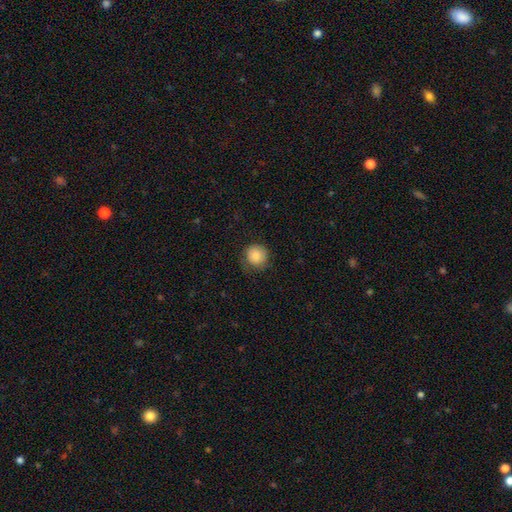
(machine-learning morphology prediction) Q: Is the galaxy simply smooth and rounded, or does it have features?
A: smooth — 86%.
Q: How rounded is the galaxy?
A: round — 91%.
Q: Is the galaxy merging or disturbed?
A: none — 72%.